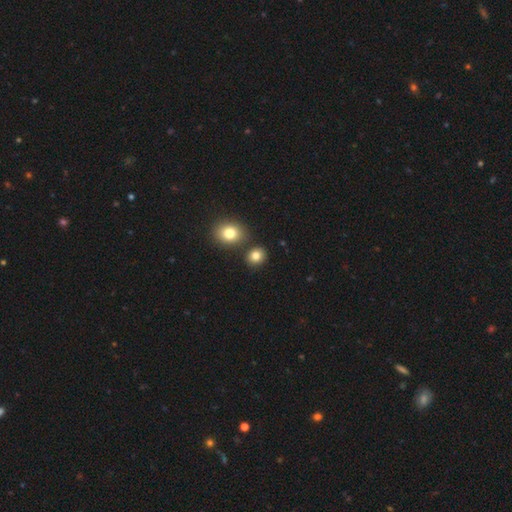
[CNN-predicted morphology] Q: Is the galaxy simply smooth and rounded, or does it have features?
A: smooth — 82%.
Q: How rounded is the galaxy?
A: round — 73%.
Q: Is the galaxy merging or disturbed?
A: none — 79%.